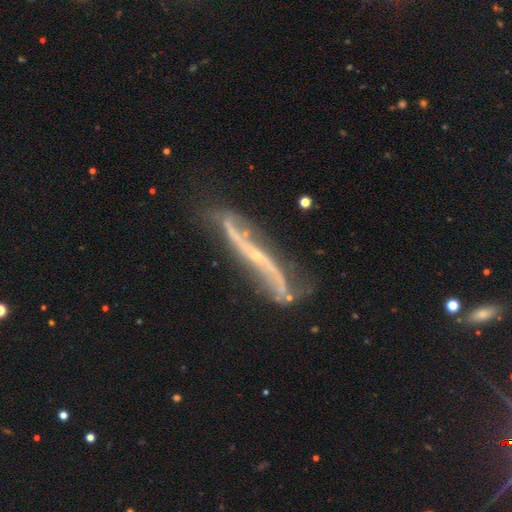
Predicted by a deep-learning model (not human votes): Smooth or featured? Predicted: featured or disk (p=0.86). Edge-on disk? Predicted: no (p=0.51). Merging? Predicted: none (p=0.64).